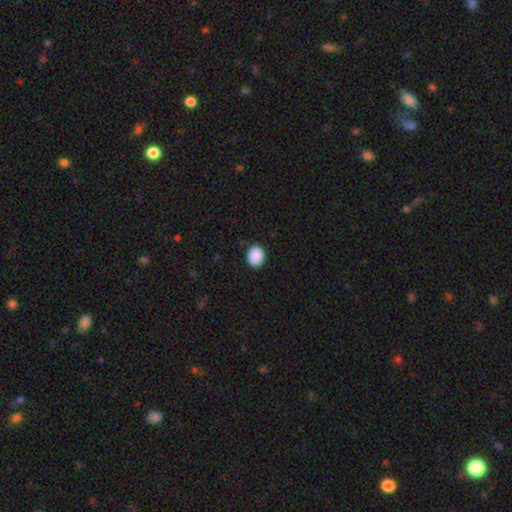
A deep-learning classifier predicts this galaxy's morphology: Smooth or featured? Predicted: smooth (p=0.90). How rounded? Predicted: in between (p=0.52). Merging? Predicted: none (p=0.88).